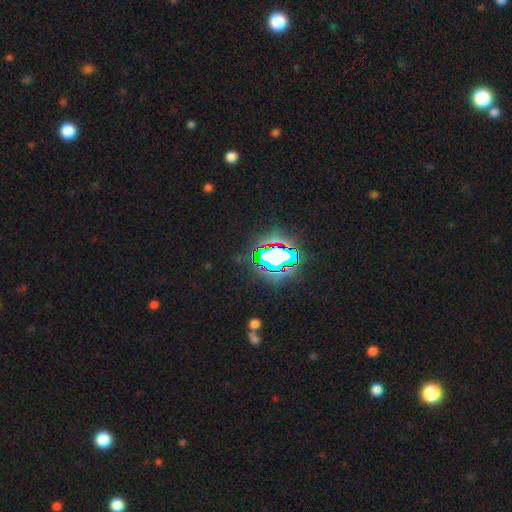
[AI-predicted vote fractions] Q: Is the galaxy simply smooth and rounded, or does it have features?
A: star or artifact — 79%.